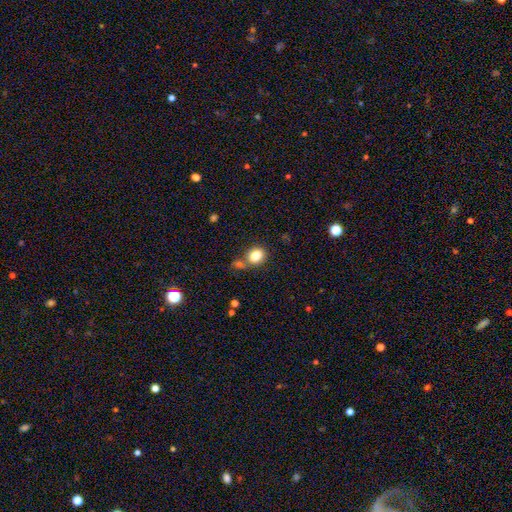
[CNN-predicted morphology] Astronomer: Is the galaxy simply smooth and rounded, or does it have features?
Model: smooth — 83%.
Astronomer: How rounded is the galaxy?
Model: round — 51% (runner-up: in between, 48%).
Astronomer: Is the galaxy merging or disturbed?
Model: none — 60%.